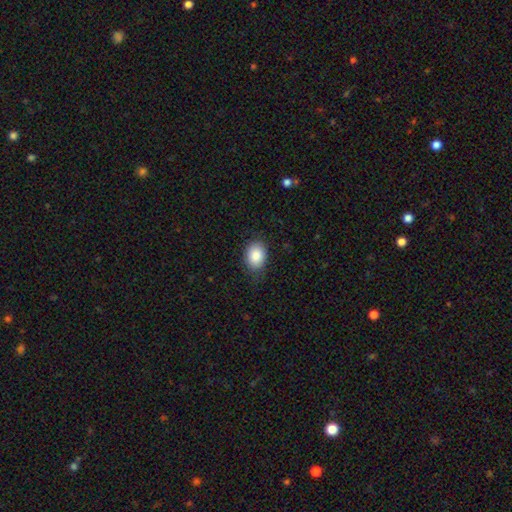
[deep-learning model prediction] Smooth or featured: smooth — 87% (star or artifact — 7%)
How rounded: in between — 73% (round — 26%)
Merging: none — 77% (minor disturbance — 17%)